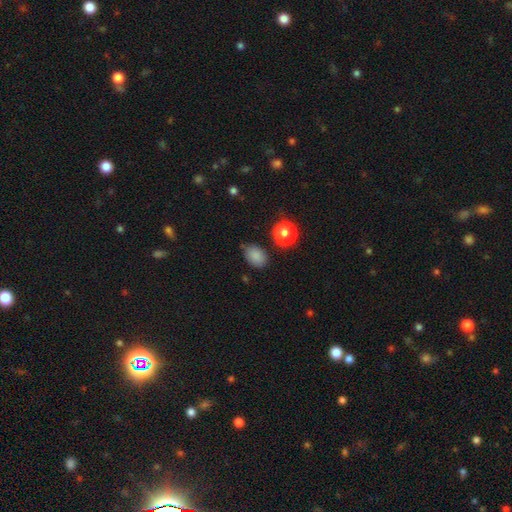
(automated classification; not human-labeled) smooth 84%, star or artifact 11%, featured or disk 5%. Down the decision tree: how rounded — in between (74%); merging — none (76%).